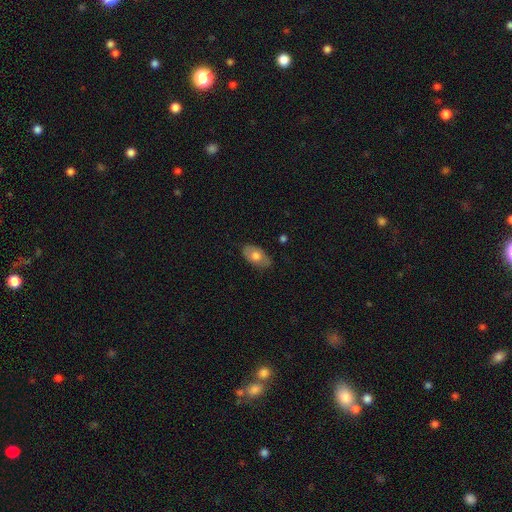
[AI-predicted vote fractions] A smooth galaxy with no disk features (67%) that is in between round and cigar-shaped (92%). Merging: none (80%).